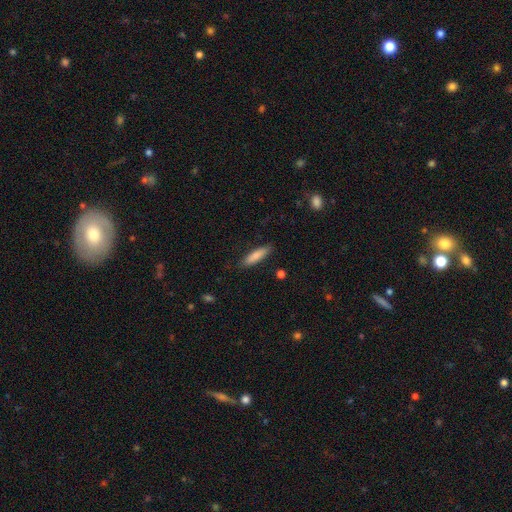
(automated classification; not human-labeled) Overall: smooth (83%). How rounded: cigar-shaped (72%). Merging: none (85%).